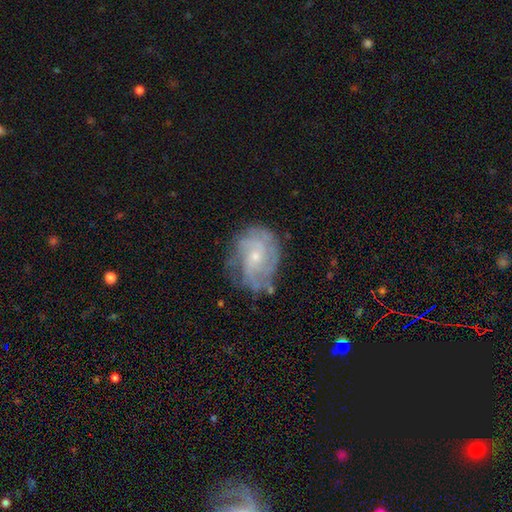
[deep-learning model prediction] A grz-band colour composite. It shows a featured or disk galaxy (77%) with no bar (72%), tight (52%) spiral arms (90%) and a small central bulge (68%). Merging: none (66%).